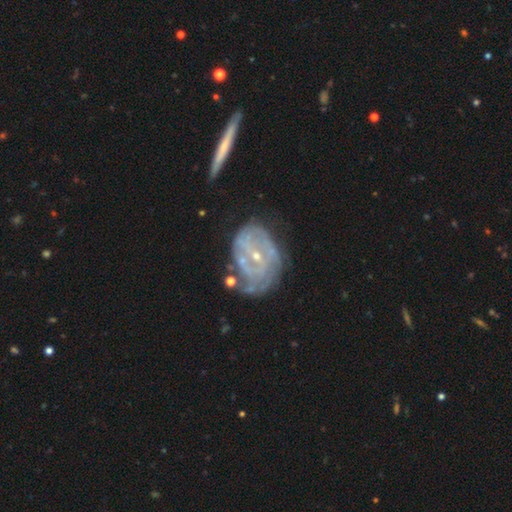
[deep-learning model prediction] Q: Smooth or featured?
A: featured or disk (81%); runner-up: smooth (11%)
Q: Edge-on disk?
A: no (95%); runner-up: yes (5%)
Q: Bar?
A: weak (41%); runner-up: no (38%)
Q: Spiral arms?
A: yes (81%); runner-up: no (19%)
Q: Spiral winding?
A: tight (61%); runner-up: medium (28%)
Q: Spiral arm count?
A: can't tell (47%); runner-up: 2 (24%)
Q: Bulge size?
A: small (74%); runner-up: moderate (22%)
Q: Merging?
A: none (53%); runner-up: minor disturbance (25%)